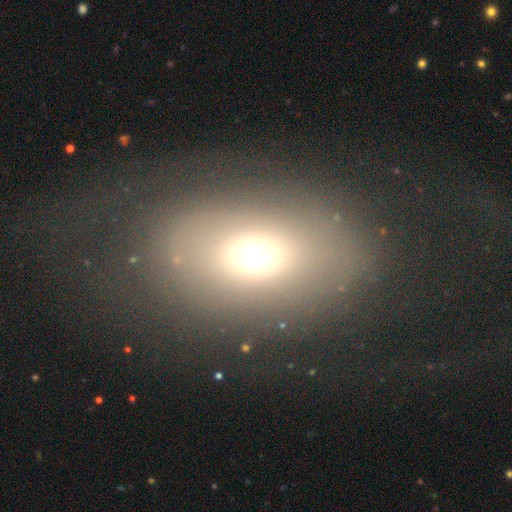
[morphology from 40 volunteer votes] Smooth or featured? 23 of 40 (57%) said featured or disk. Edge-on disk? 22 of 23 (96%) said no. Bar? 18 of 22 (82%) said no. Spiral arms? 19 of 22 (86%) said no. Bulge size? 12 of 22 (55%) said moderate. Merging? 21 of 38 (55%) said none.